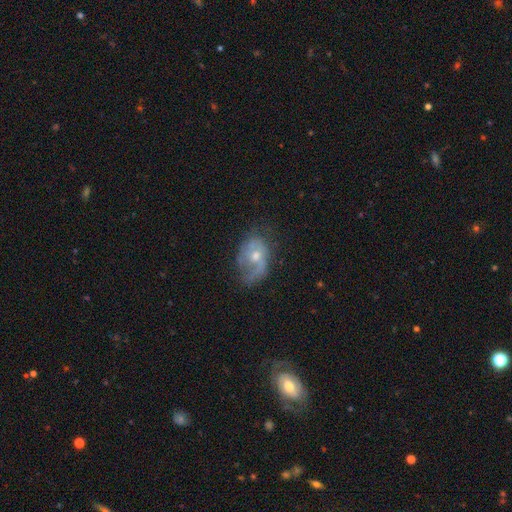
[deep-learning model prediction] Overall: featured or disk (63%; smooth 27%). Edge-on disk: no (96%). Bar: no (72%). Spiral arms: yes (74%). Bulge size: moderate (55%; small 40%). Merging: none (46%; minor disturbance 30%).